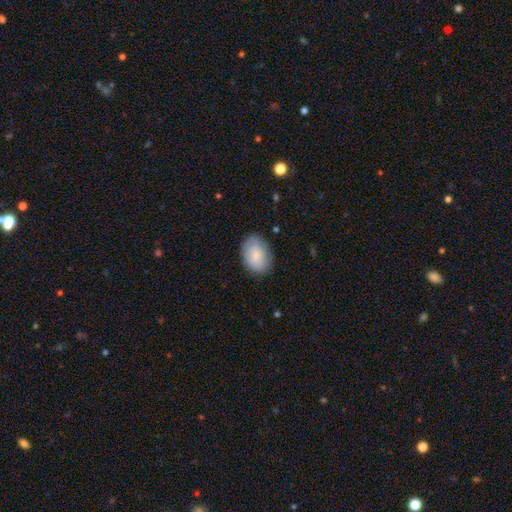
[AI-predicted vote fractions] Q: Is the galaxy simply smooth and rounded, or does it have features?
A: smooth — 82%.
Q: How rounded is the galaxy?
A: in between — 76%.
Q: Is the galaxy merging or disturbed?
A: none — 80%.